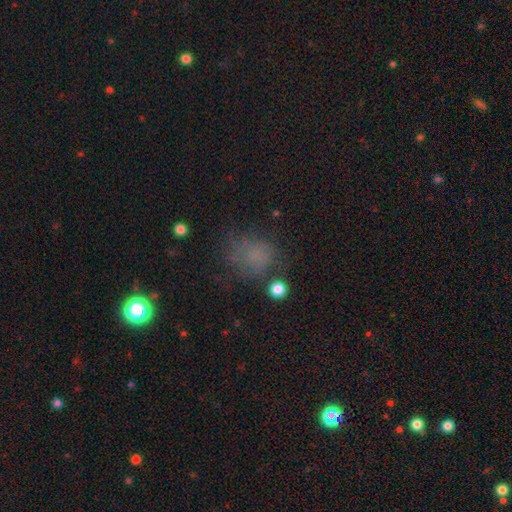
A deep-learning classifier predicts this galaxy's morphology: This is likely a smooth galaxy (61%). How rounded: likely round (68%). Merging: possibly none (53%).